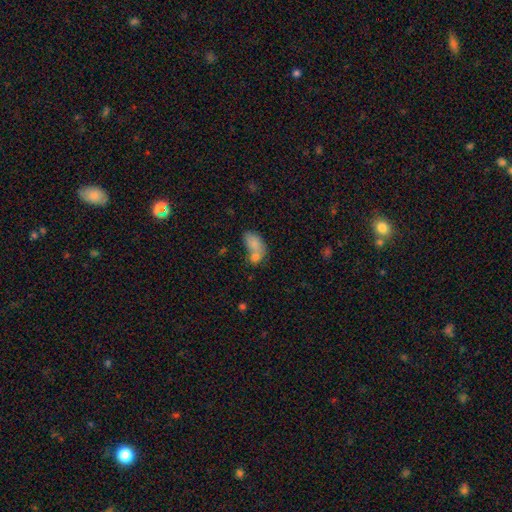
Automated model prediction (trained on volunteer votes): Q: Smooth or featured?
A: smooth (77%); runner-up: featured or disk (14%)
Q: How rounded?
A: in between (83%); runner-up: round (14%)
Q: Merging?
A: merger (54%); runner-up: none (28%)